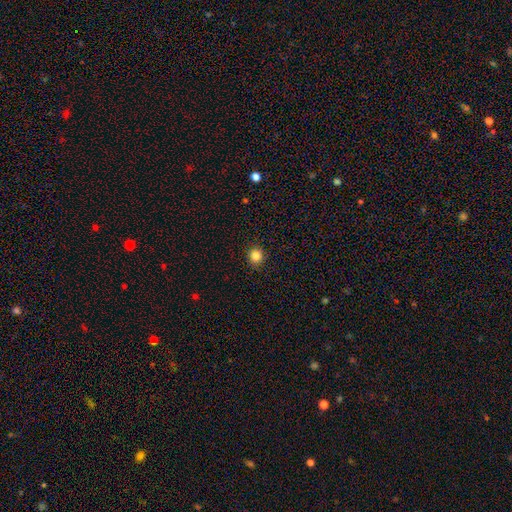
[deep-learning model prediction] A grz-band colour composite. It shows a smooth galaxy with no disk features (85%) that is round (88%). Merging: none (91%).